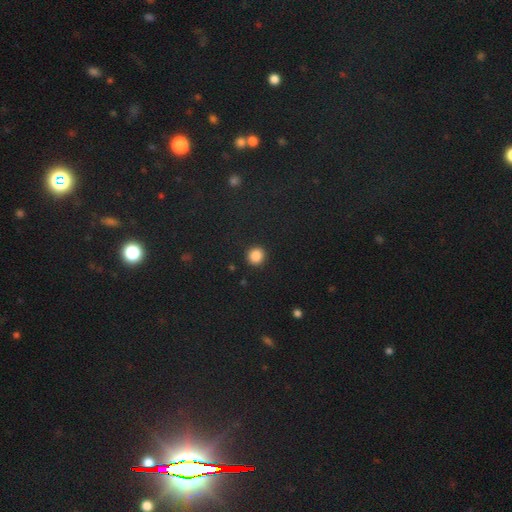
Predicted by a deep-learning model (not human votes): The model was most divided on "smooth or featured": smooth: 87%, star or artifact: 10%, featured or disk: 3%. More confident: merging — none (91%); how rounded — round (90%).